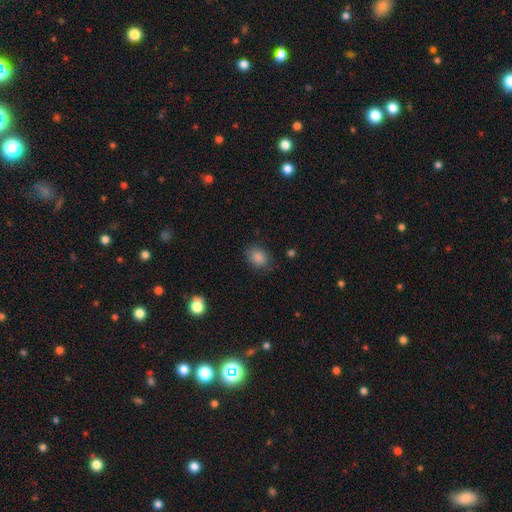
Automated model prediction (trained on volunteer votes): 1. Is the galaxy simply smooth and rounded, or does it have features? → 80% smooth, 15% star or artifact, 6% featured or disk.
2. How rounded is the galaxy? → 54% in between, 45% round, 1% cigar-shaped.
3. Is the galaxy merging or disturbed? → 82% none, 13% minor disturbance, 4% major disturbance, 1% merger.